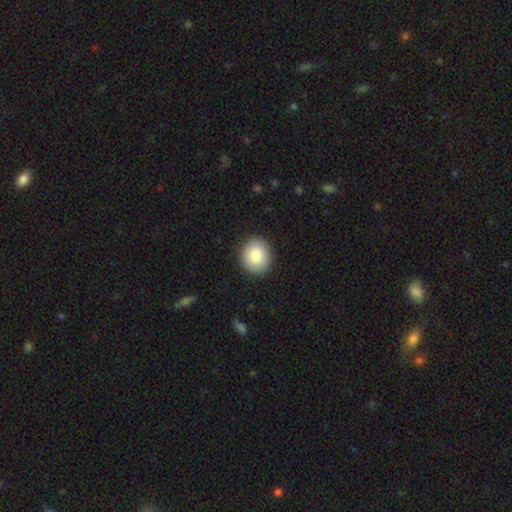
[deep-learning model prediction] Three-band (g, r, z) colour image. It shows a smooth galaxy with no disk features (86%) that is round (73%). Merging: none (89%).